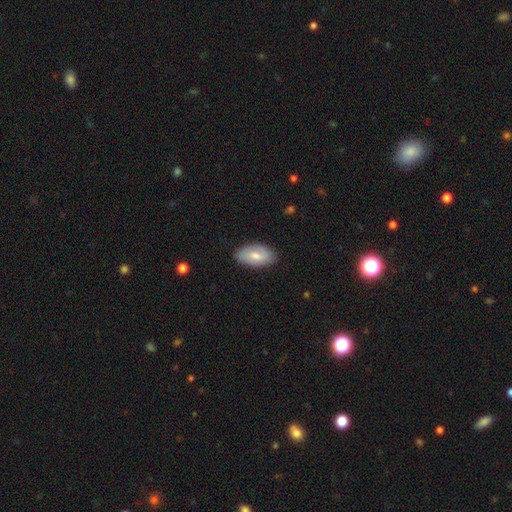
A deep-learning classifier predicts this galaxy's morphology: Smooth or featured: smooth — 72% (featured or disk — 22%)
How rounded: in between — 94% (round — 4%)
Merging: none — 82% (minor disturbance — 15%)